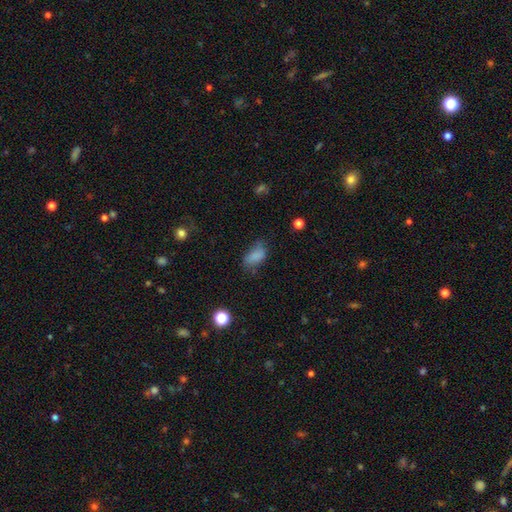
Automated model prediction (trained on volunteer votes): Morphology: type=smooth (80%); roundness=in between (91%); merging=none (50%).